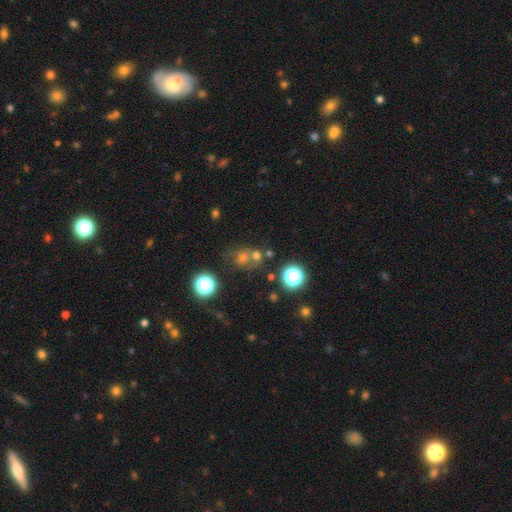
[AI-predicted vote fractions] smooth-or-featured: smooth: 53% | star or artifact: 32% | featured or disk: 15%
  how-rounded: round: 74% | in between: 25% | cigar-shaped: 1%
  merging: none: 47% | merger: 37% | minor disturbance: 11% | major disturbance: 6%